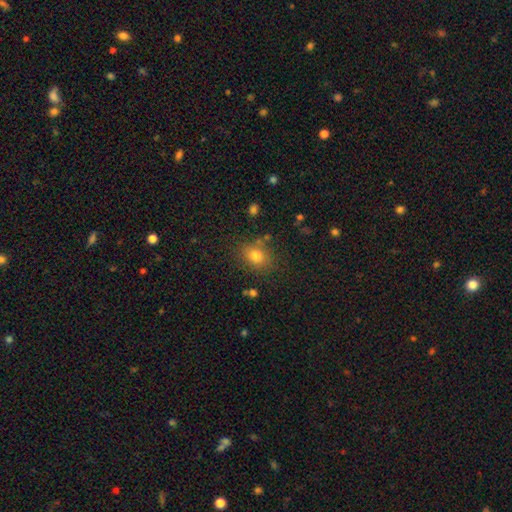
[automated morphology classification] A smooth galaxy with no disk features (78%) that is round (54%). Merging: none (76%).